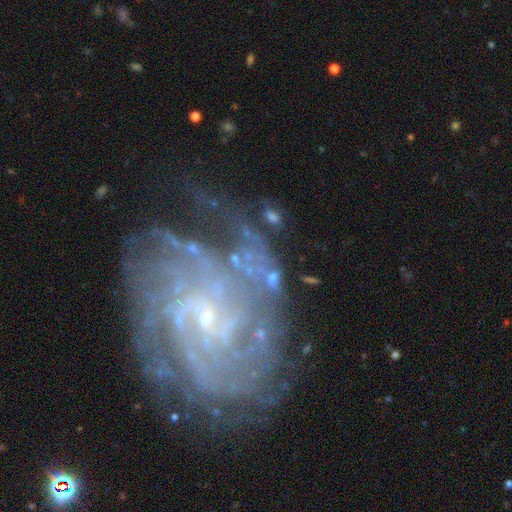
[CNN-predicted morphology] Smooth or featured?
  - featured or disk: 87% *
  - star or artifact: 8%
  - smooth: 6%
Edge-on disk?
  - no: 98% *
  - yes: 2%
Bar?
  - no: 51% *
  - weak: 39%
  - strong: 11%
Spiral arms?
  - yes: 95% *
  - no: 5%
Spiral winding?
  - tight: 54% *
  - medium: 35%
  - loose: 11%
Spiral arm count?
  - can't tell: 28% *
  - 4: 22%
  - more than 4: 16%
  - 3: 13%
  - 2: 12%
  - 1: 8%
Bulge size?
  - small: 85% *
  - moderate: 8%
  - none: 6%
  - large: 1%
  - dominant: 1%
Merging?
  - none: 62% *
  - minor disturbance: 19%
  - major disturbance: 16%
  - merger: 3%